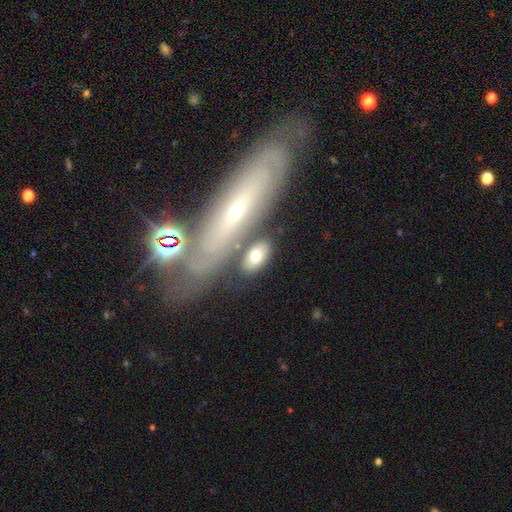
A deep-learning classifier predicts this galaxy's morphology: Smooth or featured: smooth — 70% (featured or disk — 23%)
How rounded: in between — 88% (cigar-shaped — 7%)
Merging: none — 71% (minor disturbance — 13%)